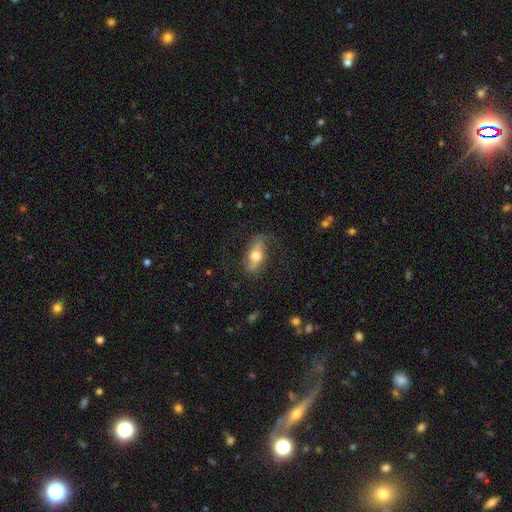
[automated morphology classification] Smooth or featured? Predicted: featured or disk (p=0.53). Edge-on disk? Predicted: no (p=0.67). Merging? Predicted: none (p=0.66).